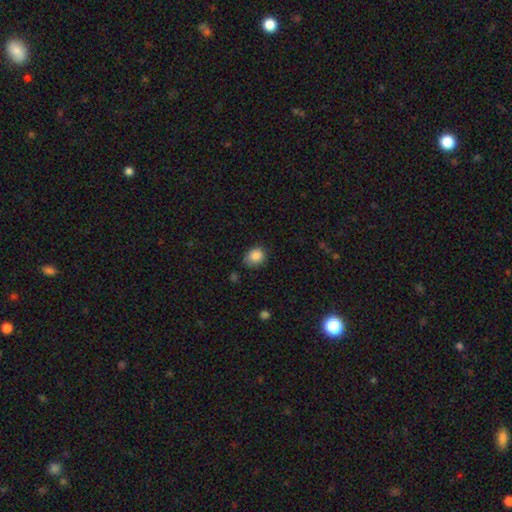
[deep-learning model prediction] Overall: smooth (86%). How rounded: round (63%; in between 36%). Merging: none (66%; minor disturbance 27%).